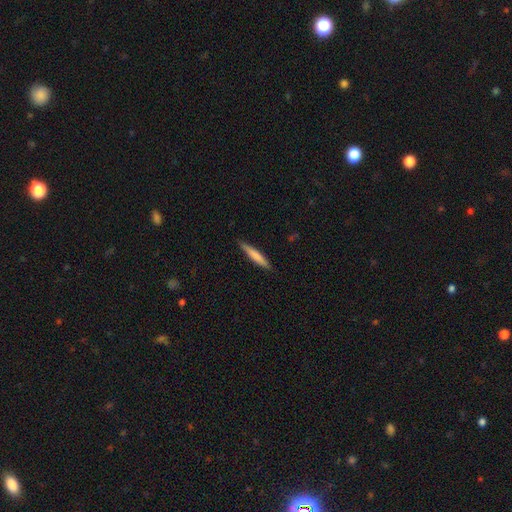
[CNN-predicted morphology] Smooth or featured?
  - smooth: 73% *
  - featured or disk: 22%
  - star or artifact: 5%
How rounded?
  - cigar-shaped: 92% *
  - in between: 6%
  - round: 1%
Merging?
  - none: 87% *
  - minor disturbance: 10%
  - major disturbance: 2%
  - merger: 1%